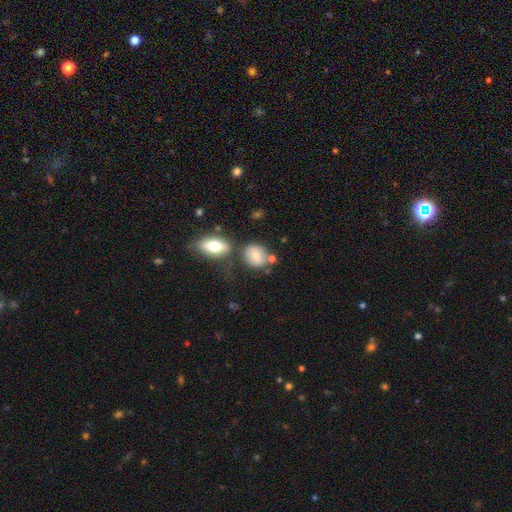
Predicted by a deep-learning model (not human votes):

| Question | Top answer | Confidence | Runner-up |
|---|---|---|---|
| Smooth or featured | smooth | 76% | featured or disk (15%) |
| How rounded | round | 63% | in between (35%) |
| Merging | none | 63% | merger (16%) |